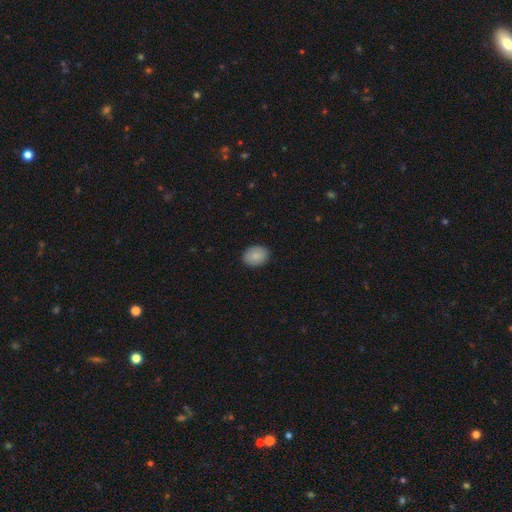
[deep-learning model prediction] smooth 87%, star or artifact 7%, featured or disk 6%. Down the decision tree: how rounded — in between (64%); merging — none (89%).